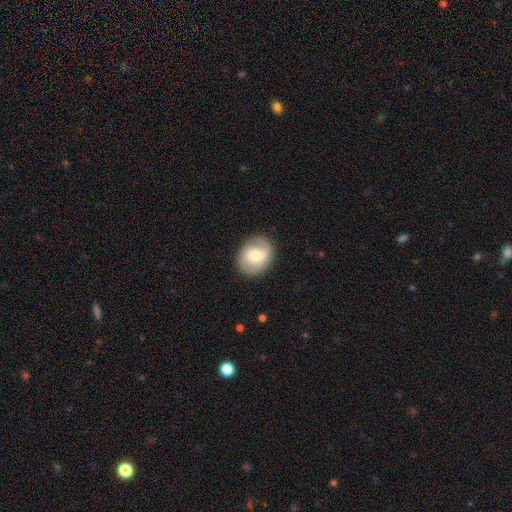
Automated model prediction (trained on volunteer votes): This appears to be a smooth galaxy with no disk features (57%) that is round (52%). Merging: none (83%).